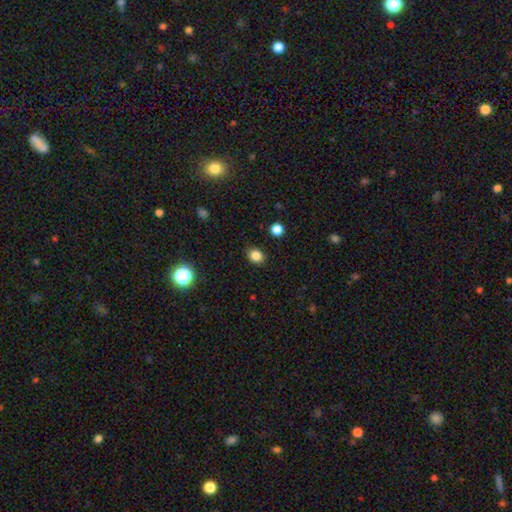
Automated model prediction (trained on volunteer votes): smooth 84%, star or artifact 12%, featured or disk 4%. Down the decision tree: how rounded — round (54%); merging — none (87%).